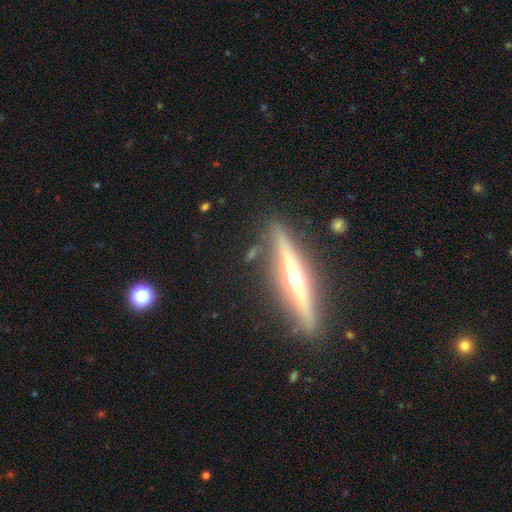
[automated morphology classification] A featured or disk galaxy (74%) viewed edge-on (95%) with a rounded central bulge (92%).

Vote fractions:
- Smooth or featured? featured or disk: 74% / smooth: 20% / star or artifact: 6%
- Edge-on disk? yes: 95% / no: 5%
- Edge-on bulge? rounded: 92% / none: 6% / boxy: 2%
- Merging? none: 87% / minor disturbance: 9% / merger: 2% / major disturbance: 2%